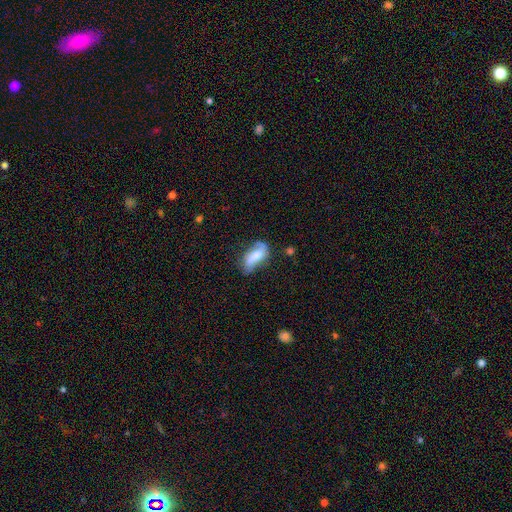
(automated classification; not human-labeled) Morphology: type=smooth (48%); merging=none (45%).